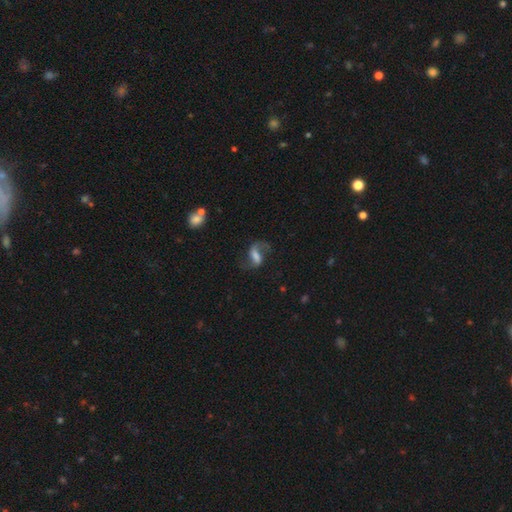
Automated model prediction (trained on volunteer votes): smooth_or_featured: featured or disk (p=0.70) [alt: smooth p=0.21]
disk_edge_on: no (p=0.96) [alt: yes p=0.04]
bar: strong (p=0.45) [alt: weak p=0.39]
has_spiral_arms: yes (p=0.91) [alt: no p=0.09]
spiral_winding: loose (p=0.65) [alt: medium p=0.29]
spiral_arm_count: 2 (p=0.86) [alt: 1 p=0.08]
bulge_size: moderate (p=0.31) [alt: none p=0.25]
merging: none (p=0.62) [alt: major disturbance p=0.18]